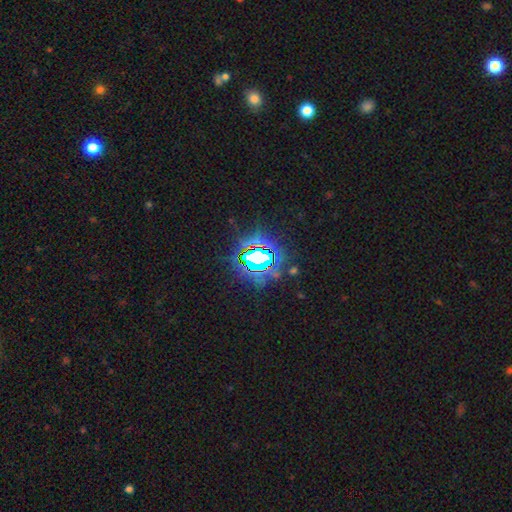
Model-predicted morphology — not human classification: A star or artifact, not a galaxy (79%).

Vote fractions:
- Smooth or featured? star or artifact: 79% / smooth: 11% / featured or disk: 10%